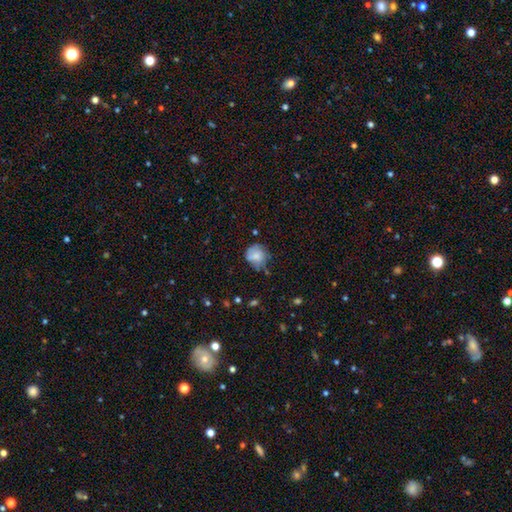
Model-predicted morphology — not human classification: type=smooth (70%); roundness=round (78%); merging=none (52%).